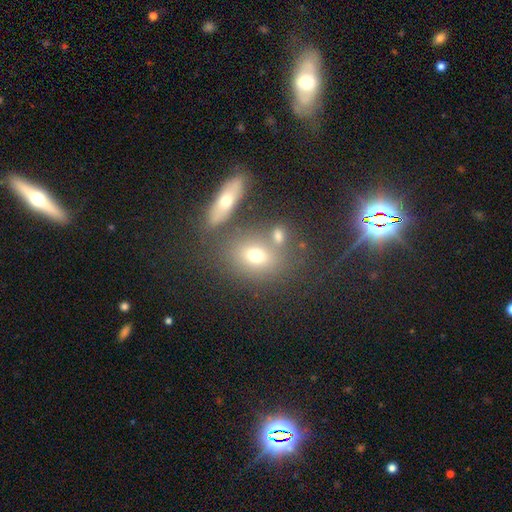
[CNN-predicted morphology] Q: Smooth or featured?
A: smooth (67%); runner-up: featured or disk (19%)
Q: How rounded?
A: in between (58%); runner-up: round (37%)
Q: Merging?
A: none (59%); runner-up: merger (22%)